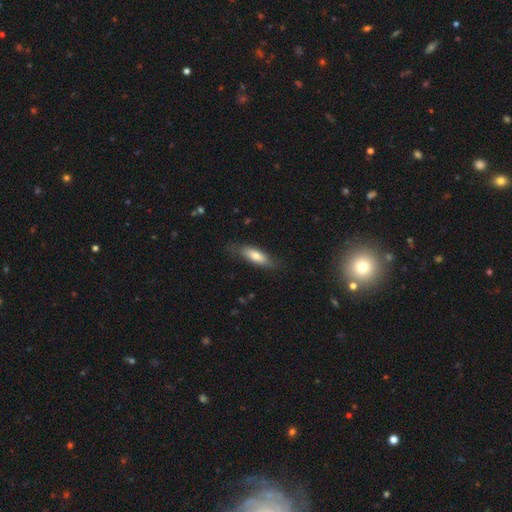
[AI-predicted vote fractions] smooth-or-featured: smooth: 69% | featured or disk: 25% | star or artifact: 6%
  how-rounded: cigar-shaped: 52% | in between: 46% | round: 2%
  merging: none: 77% | minor disturbance: 17% | major disturbance: 4% | merger: 1%